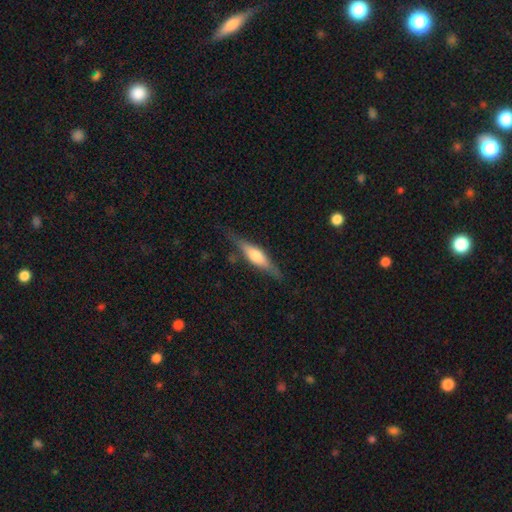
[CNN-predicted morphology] smooth_or_featured: featured or disk (p=0.56) [alt: smooth p=0.38]
disk_edge_on: yes (p=0.94) [alt: no p=0.06]
edge_on_bulge: rounded (p=0.78) [alt: boxy p=0.16]
merging: none (p=0.78) [alt: minor disturbance p=0.16]